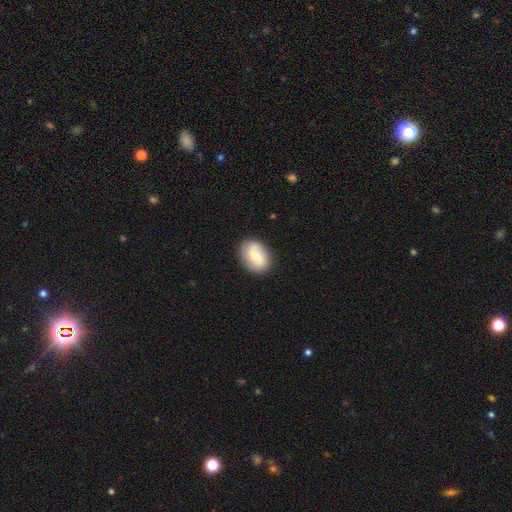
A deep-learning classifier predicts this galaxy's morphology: smooth 62%, featured or disk 31%, star or artifact 7%. Down the decision tree: how rounded — in between (77%); merging — none (83%).